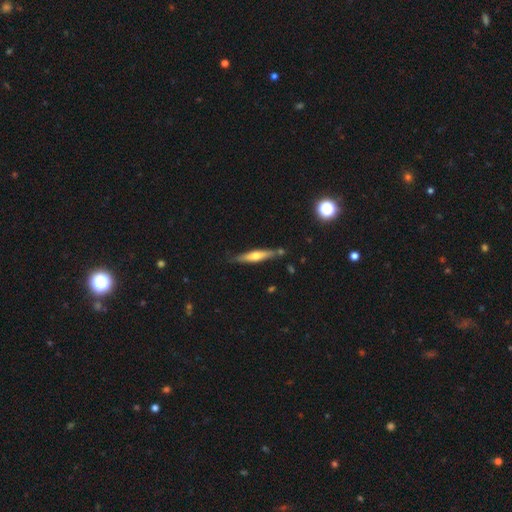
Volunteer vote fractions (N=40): Smooth or featured?
  - featured or disk: 60% *
  - smooth: 30%
  - star or artifact: 10%
Edge-on disk?
  - yes: 88% *
  - no: 12%
Edge-on bulge?
  - rounded: 95% *
  - boxy: 5%
  - none: 0%
Merging?
  - none: 72% *
  - minor disturbance: 14%
  - merger: 14%
  - major disturbance: 0%